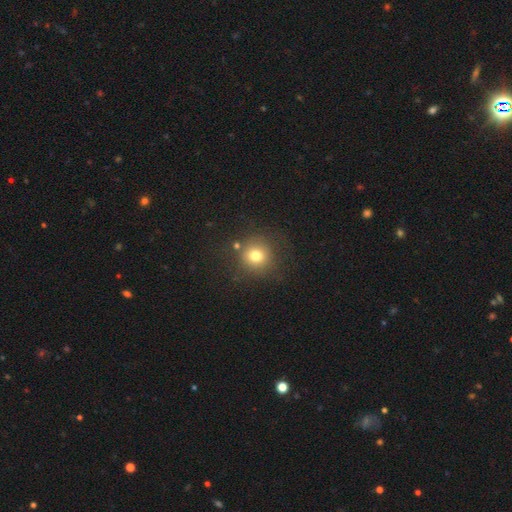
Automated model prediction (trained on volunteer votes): Q: Smooth or featured?
A: smooth (75%); runner-up: star or artifact (15%)
Q: How rounded?
A: round (92%); runner-up: in between (7%)
Q: Merging?
A: none (81%); runner-up: minor disturbance (10%)